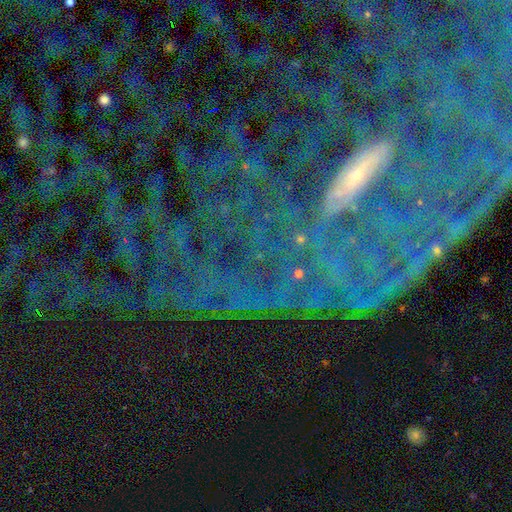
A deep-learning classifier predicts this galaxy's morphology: star or artifact 45%, featured or disk 41%, smooth 13%.